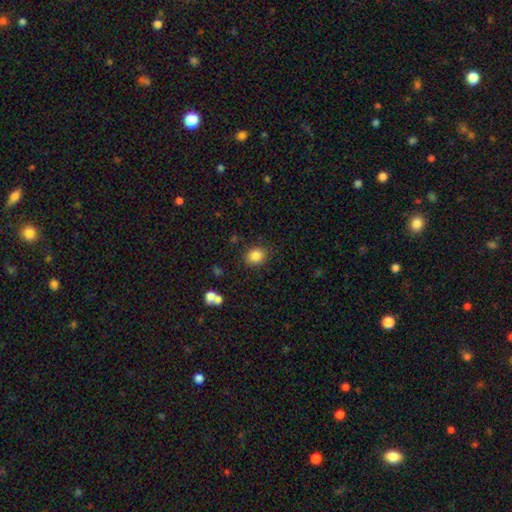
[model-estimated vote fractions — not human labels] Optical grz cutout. It shows a smooth galaxy with no disk features (86%) that is round (62%). Merging: none (82%).